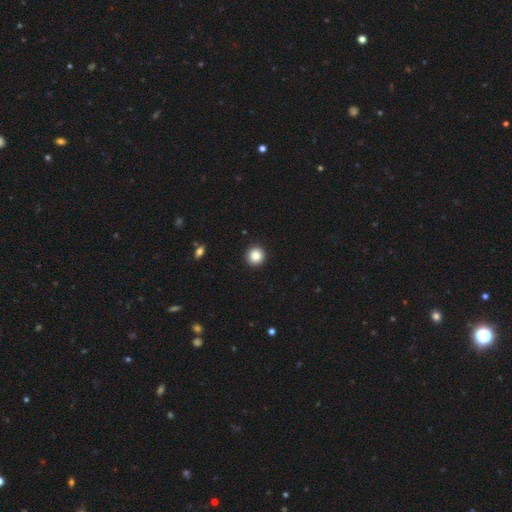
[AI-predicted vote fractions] Smooth or featured? Predicted: smooth (p=0.87). How rounded? Predicted: round (p=0.95). Merging? Predicted: none (p=0.93).